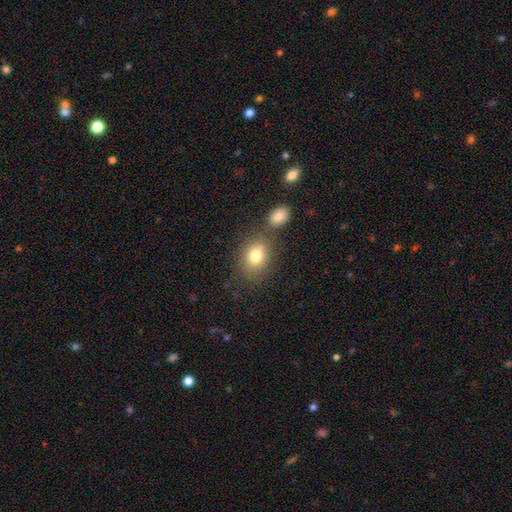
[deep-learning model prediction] Smooth or featured: smooth — 80% (featured or disk — 10%)
How rounded: in between — 58% (round — 41%)
Merging: none — 63% (merger — 20%)